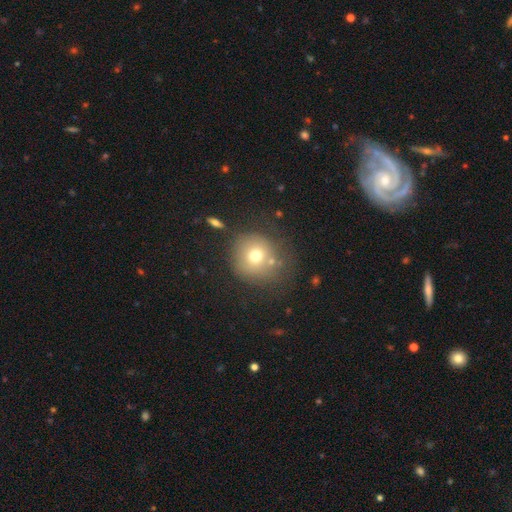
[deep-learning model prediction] Morphology: type=smooth (69%); roundness=round (88%); merging=none (65%).